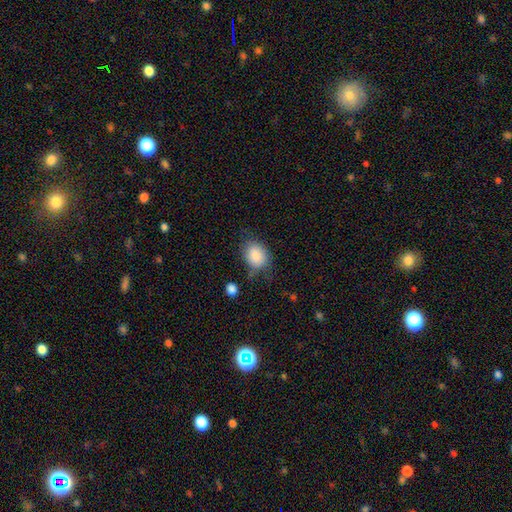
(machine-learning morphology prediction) Smooth or featured?
  - smooth: 85% *
  - star or artifact: 8%
  - featured or disk: 7%
How rounded?
  - in between: 59% *
  - round: 40%
  - cigar-shaped: 1%
Merging?
  - none: 61% *
  - minor disturbance: 26%
  - major disturbance: 9%
  - merger: 5%